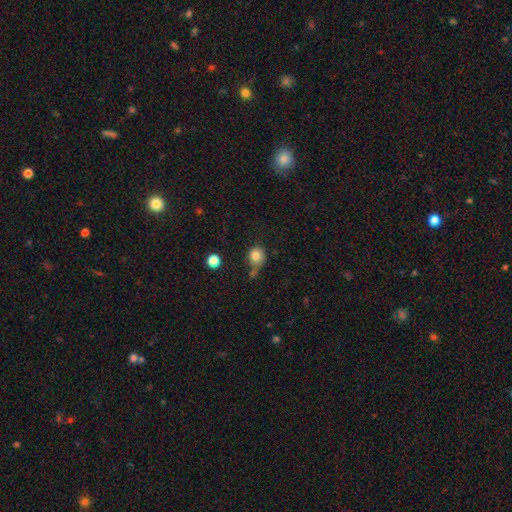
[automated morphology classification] Smooth or featured? Predicted: smooth (p=0.80). How rounded? Predicted: round (p=0.85). Merging? Predicted: none (p=0.41).